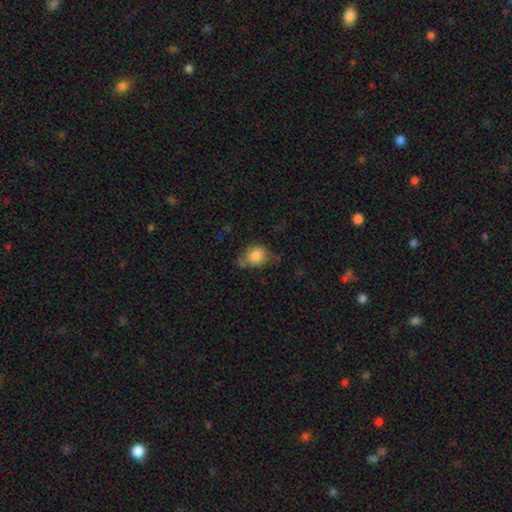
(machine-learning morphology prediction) Overall: smooth (80%). How rounded: round (51%; in between 48%). Merging: none (52%; minor disturbance 32%).